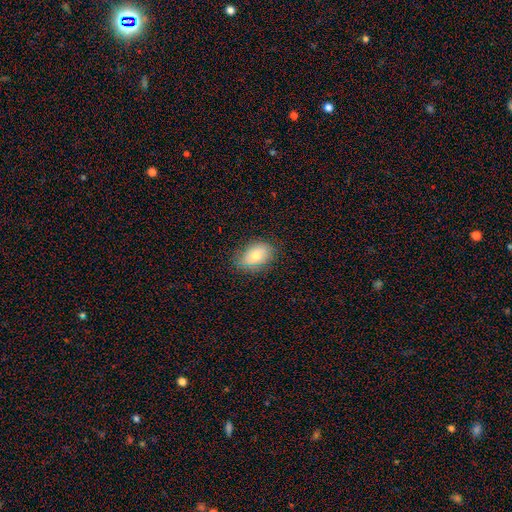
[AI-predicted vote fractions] Q: Smooth or featured?
A: smooth (71%); runner-up: featured or disk (20%)
Q: How rounded?
A: in between (81%); runner-up: round (18%)
Q: Merging?
A: none (75%); runner-up: minor disturbance (19%)